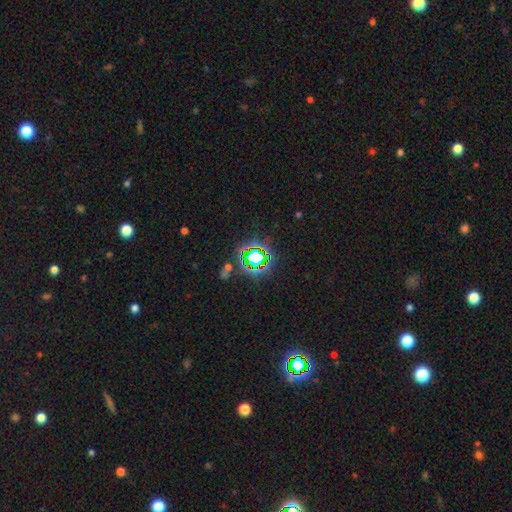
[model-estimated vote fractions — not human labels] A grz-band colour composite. It shows a star or artifact, not a galaxy (73%).